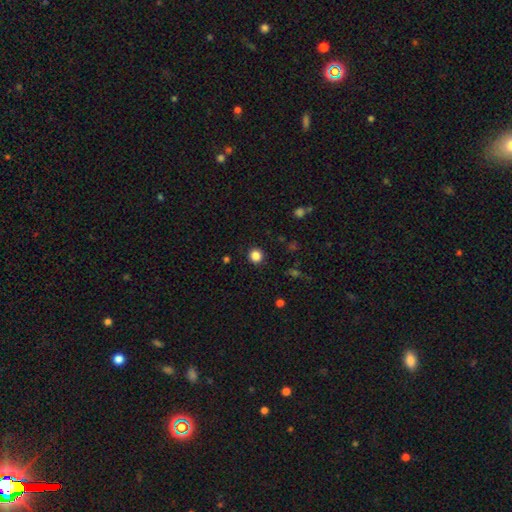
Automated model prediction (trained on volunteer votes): Morphology: type=smooth (85%); roundness=round (93%); merging=none (92%).